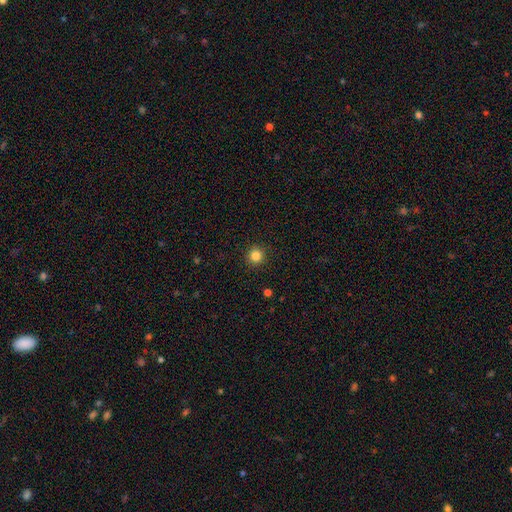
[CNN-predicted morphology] Smooth or featured: smooth — 84% (star or artifact — 12%)
How rounded: round — 95% (in between — 4%)
Merging: none — 92% (minor disturbance — 5%)